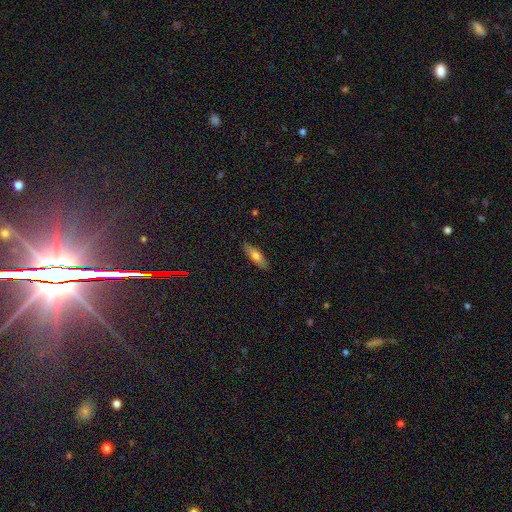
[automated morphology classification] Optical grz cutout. It shows a smooth galaxy with no disk features (63%) that is cigar-shaped (56%). Merging: none (88%).